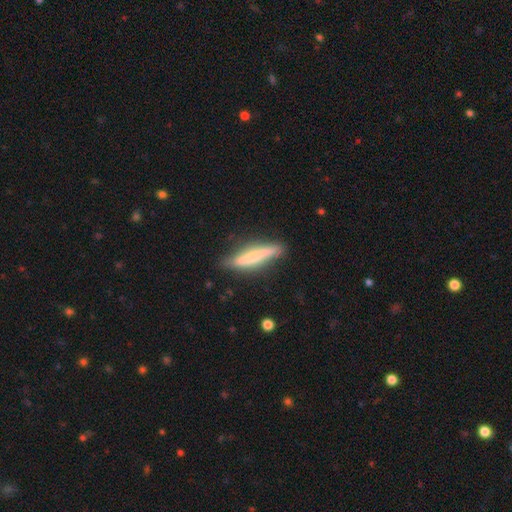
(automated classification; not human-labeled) A smooth galaxy with no disk features (55%) that is cigar-shaped (89%). Merging: none (79%).